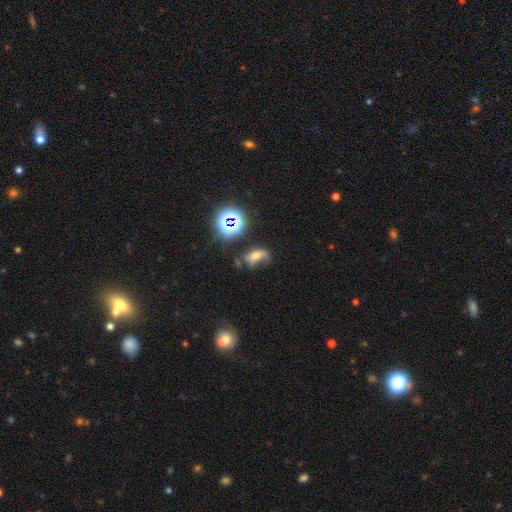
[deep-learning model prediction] This appears to be a smooth galaxy with no disk features (44%). Merging: none (46%).